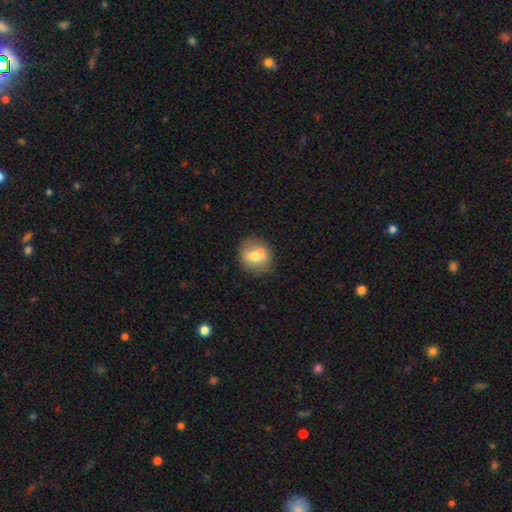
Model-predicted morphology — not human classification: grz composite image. It shows a smooth galaxy with no disk features (64%) that is round (78%). Merging: none (66%).